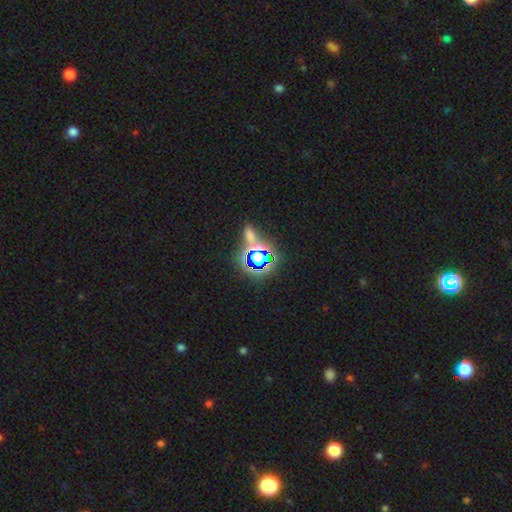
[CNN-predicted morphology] This appears to be a star or artifact, not a galaxy (78%).